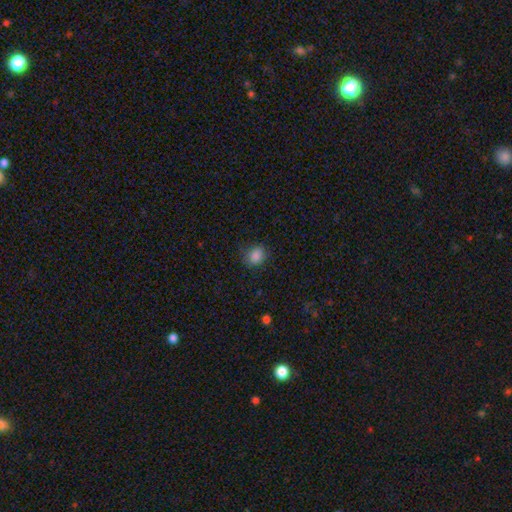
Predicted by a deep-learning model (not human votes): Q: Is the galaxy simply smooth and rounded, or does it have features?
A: smooth — 85%.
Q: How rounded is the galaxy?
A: round — 51%.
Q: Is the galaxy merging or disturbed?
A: none — 75%.